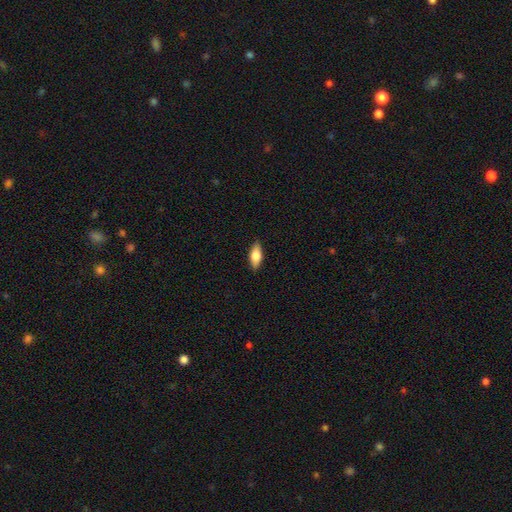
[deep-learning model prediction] A smooth galaxy with no disk features (71%) that is in between round and cigar-shaped (77%).

Vote fractions:
- Smooth or featured? smooth: 71% / featured or disk: 23% / star or artifact: 6%
- How rounded? in between: 77% / cigar-shaped: 21% / round: 3%
- Merging? none: 88% / minor disturbance: 9% / major disturbance: 2% / merger: 1%